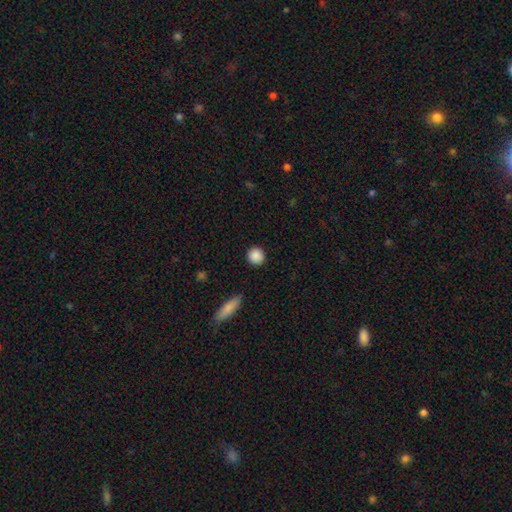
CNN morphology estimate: smooth_or_featured: smooth (p=0.88) [alt: star or artifact p=0.08]
how_rounded: round (p=0.90) [alt: in between p=0.08]
merging: none (p=0.90) [alt: minor disturbance p=0.07]